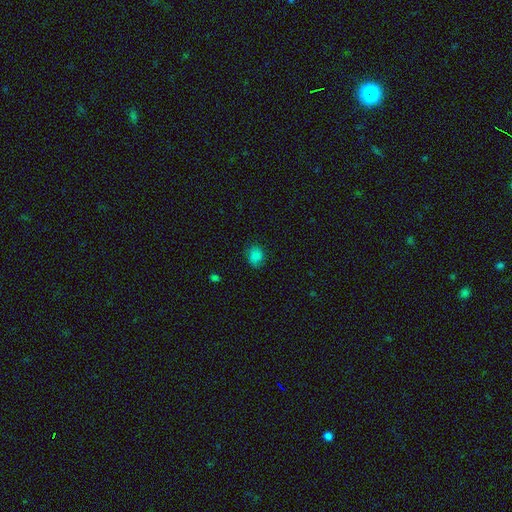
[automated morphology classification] This appears to be a smooth galaxy with no disk features (83%) that is round (53%). Merging: none (79%).